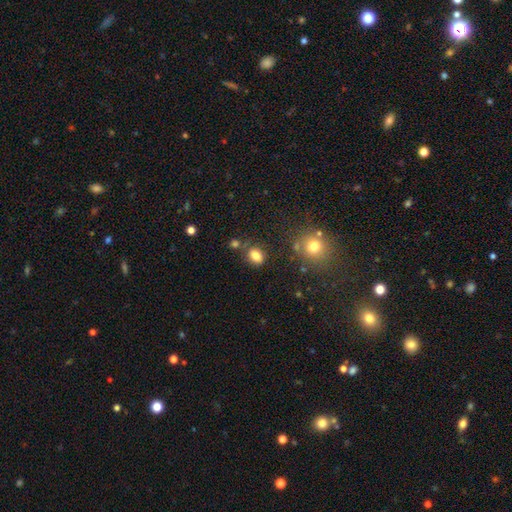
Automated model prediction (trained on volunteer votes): Smooth or featured?
  - smooth: 83% *
  - star or artifact: 11%
  - featured or disk: 6%
How rounded?
  - in between: 70% *
  - round: 28%
  - cigar-shaped: 1%
Merging?
  - none: 72% *
  - minor disturbance: 15%
  - merger: 8%
  - major disturbance: 5%